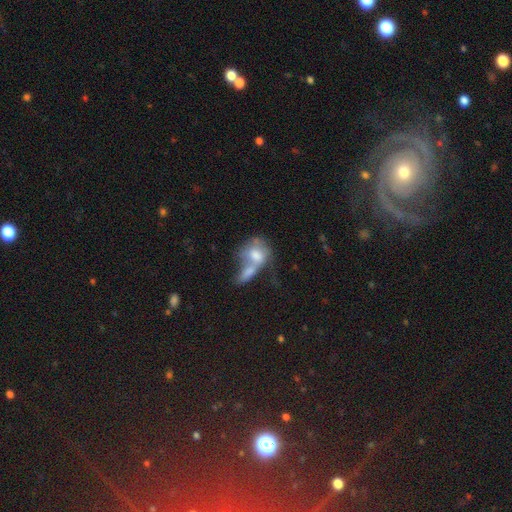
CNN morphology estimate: smooth_or_featured: smooth (p=0.63) [alt: featured or disk p=0.29]
how_rounded: in between (p=0.62) [alt: round p=0.34]
merging: merger (p=0.64) [alt: none p=0.16]